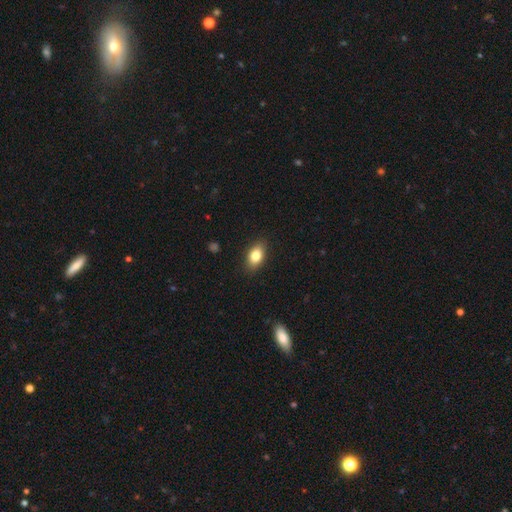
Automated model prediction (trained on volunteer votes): smooth_or_featured: smooth (p=0.82) [alt: featured or disk p=0.11]
how_rounded: in between (p=0.87) [alt: round p=0.10]
merging: none (p=0.87) [alt: minor disturbance p=0.10]